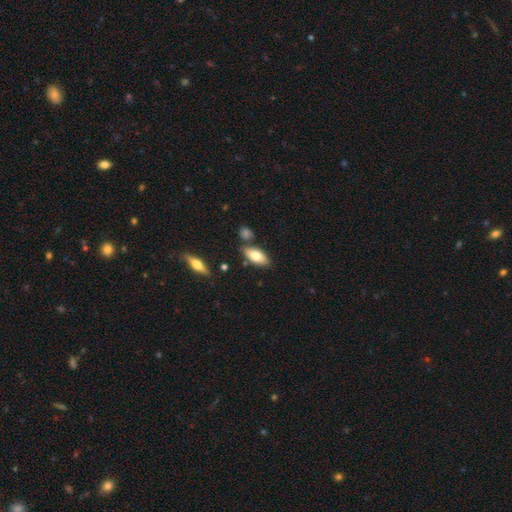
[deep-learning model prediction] The model was most divided on "smooth or featured": smooth: 74%, featured or disk: 19%, star or artifact: 6%. More confident: how rounded — in between (84%); merging — none (75%).